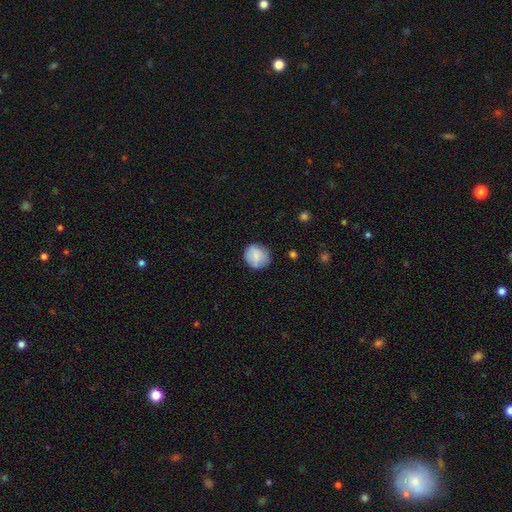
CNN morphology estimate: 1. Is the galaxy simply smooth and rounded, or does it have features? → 80% smooth, 13% featured or disk, 8% star or artifact.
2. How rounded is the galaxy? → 80% round, 19% in between, 1% cigar-shaped.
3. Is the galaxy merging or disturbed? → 76% none, 18% minor disturbance, 4% major disturbance, 2% merger.